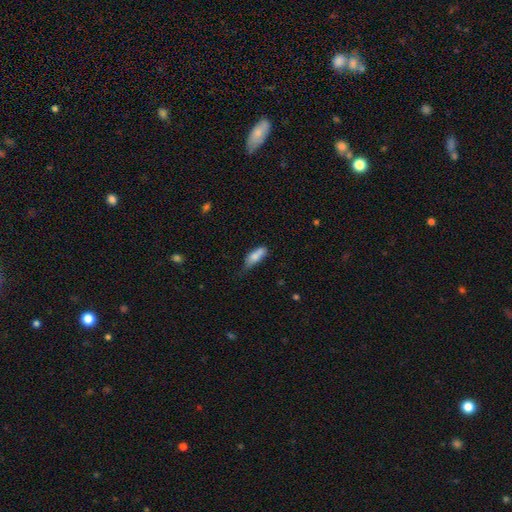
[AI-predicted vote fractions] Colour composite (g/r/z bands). It shows a smooth galaxy with no disk features (76%) that is in between round and cigar-shaped (68%). Merging: minor disturbance (39%).